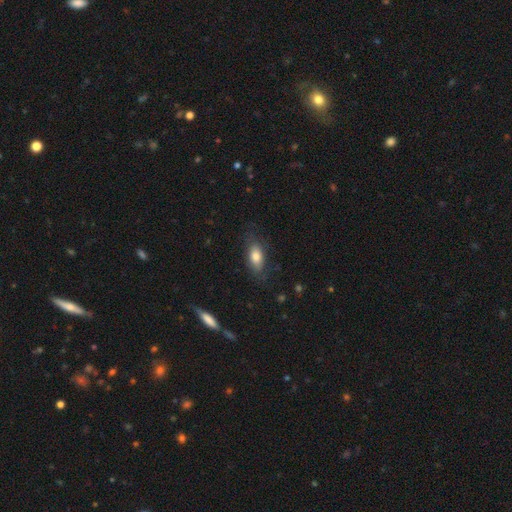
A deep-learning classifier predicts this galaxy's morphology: Smooth or featured?
  - smooth: 75% *
  - featured or disk: 18%
  - star or artifact: 7%
How rounded?
  - in between: 86% *
  - cigar-shaped: 9%
  - round: 5%
Merging?
  - none: 72% *
  - minor disturbance: 19%
  - major disturbance: 8%
  - merger: 1%